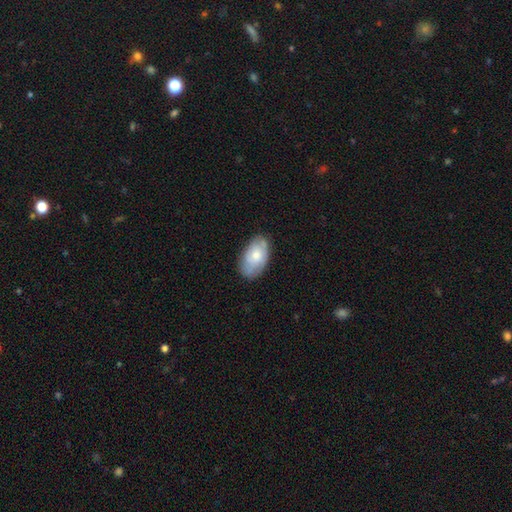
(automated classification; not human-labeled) Smooth or featured: smooth — 64% (featured or disk — 30%)
How rounded: in between — 93% (round — 6%)
Merging: none — 74% (minor disturbance — 21%)